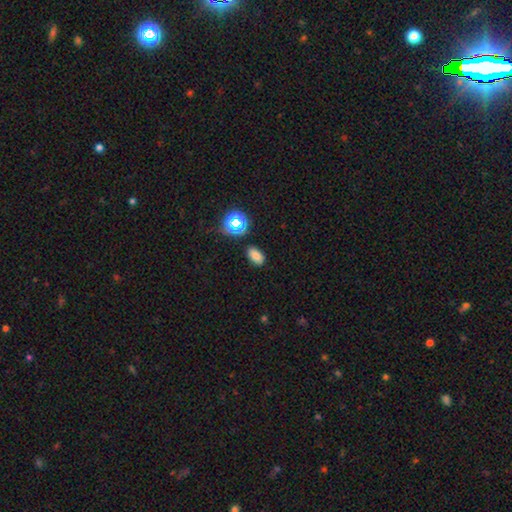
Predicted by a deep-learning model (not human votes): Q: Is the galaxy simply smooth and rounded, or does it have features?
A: smooth — 76%.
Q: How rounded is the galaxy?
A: in between — 89%.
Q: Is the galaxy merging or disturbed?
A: none — 84%.